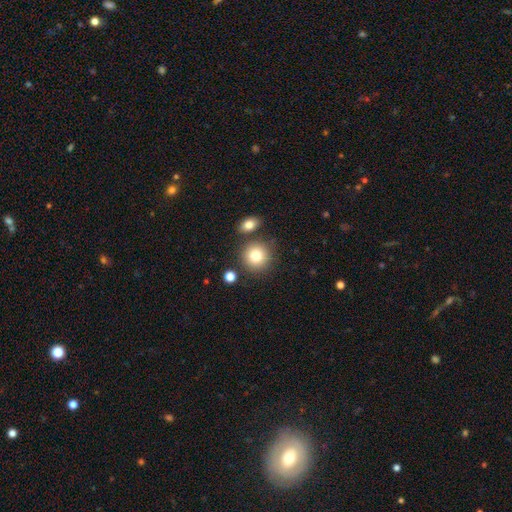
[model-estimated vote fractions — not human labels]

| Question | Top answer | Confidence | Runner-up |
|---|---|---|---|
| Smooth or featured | smooth | 81% | star or artifact (10%) |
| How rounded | round | 89% | in between (10%) |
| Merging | none | 77% | merger (11%) |